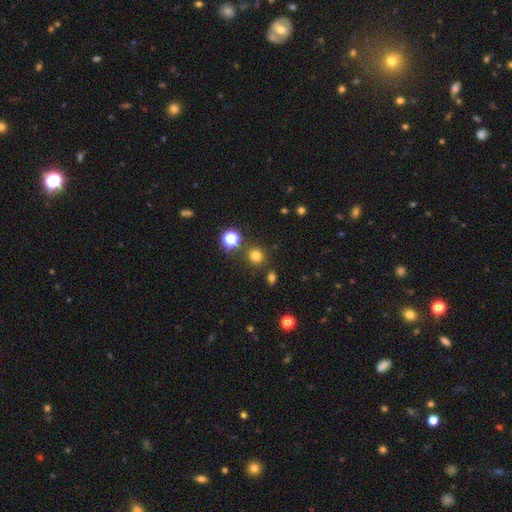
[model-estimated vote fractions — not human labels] Morphology: type=smooth (75%); roundness=round (86%); merging=none (83%).